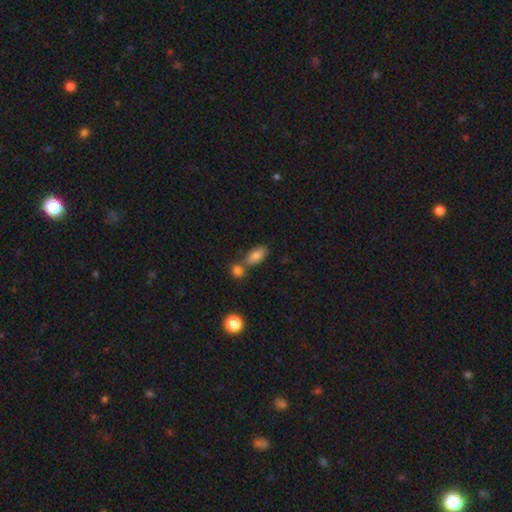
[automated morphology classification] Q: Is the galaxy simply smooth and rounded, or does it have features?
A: smooth — 83%.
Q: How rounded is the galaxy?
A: in between — 87%.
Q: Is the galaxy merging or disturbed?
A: none — 53%.